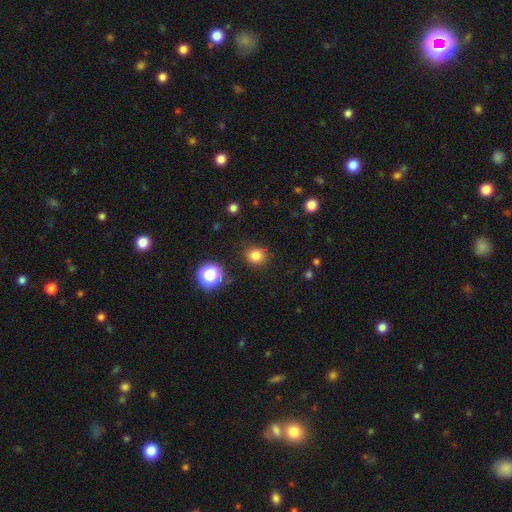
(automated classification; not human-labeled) smooth_or_featured: smooth (p=0.81) [alt: star or artifact p=0.15]
how_rounded: round (p=0.79) [alt: in between p=0.20]
merging: none (p=0.86) [alt: minor disturbance p=0.09]